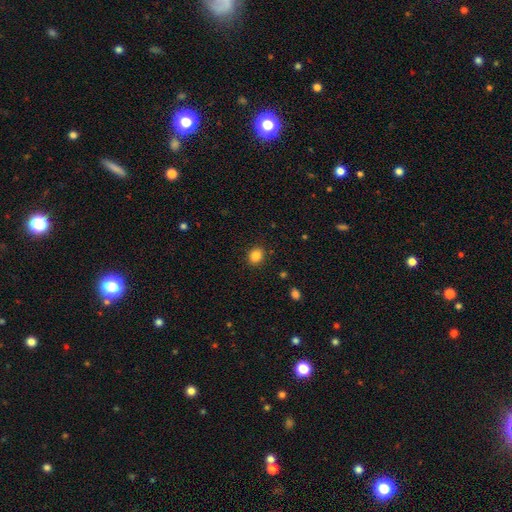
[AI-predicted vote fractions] Smooth or featured?
  - smooth: 85% *
  - star or artifact: 11%
  - featured or disk: 4%
How rounded?
  - round: 67% *
  - in between: 32%
  - cigar-shaped: 1%
Merging?
  - none: 89% *
  - minor disturbance: 7%
  - major disturbance: 2%
  - merger: 1%